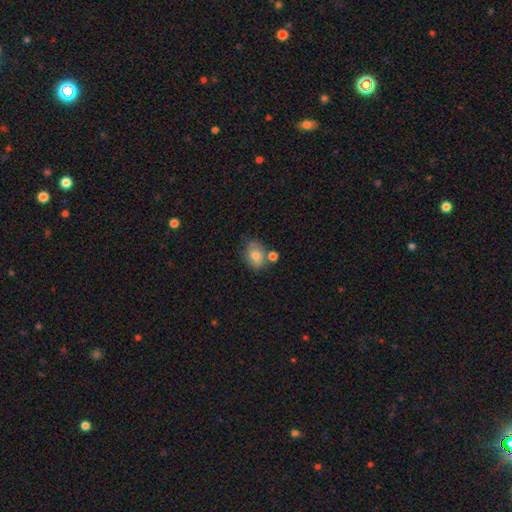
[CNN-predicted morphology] A smooth galaxy with no disk features (77%) that is in between round and cigar-shaped (65%). Merging: none (61%).